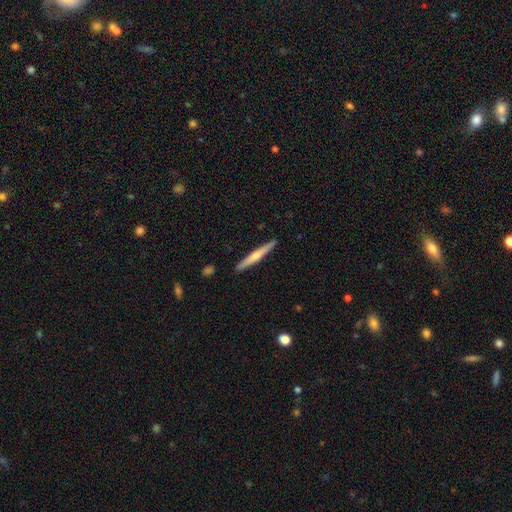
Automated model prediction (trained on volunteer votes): smooth_or_featured: featured or disk (p=0.52) [alt: smooth p=0.43]
disk_edge_on: yes (p=0.97) [alt: no p=0.03]
edge_on_bulge: rounded (p=0.76) [alt: none p=0.19]
merging: none (p=0.91) [alt: minor disturbance p=0.06]